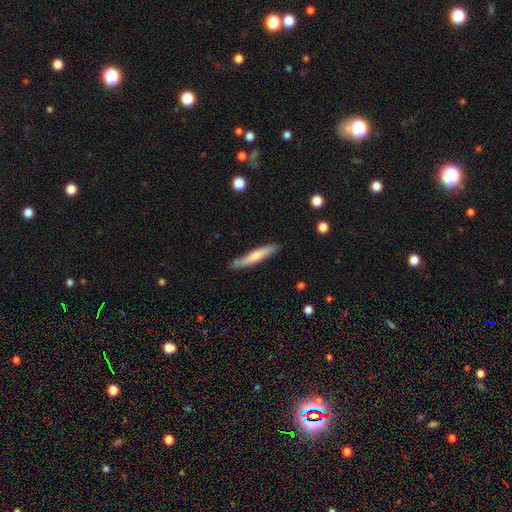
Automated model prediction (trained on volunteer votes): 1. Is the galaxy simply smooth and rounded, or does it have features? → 64% smooth, 31% featured or disk, 5% star or artifact.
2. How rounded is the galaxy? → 92% cigar-shaped, 7% in between, 1% round.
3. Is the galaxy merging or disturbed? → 81% none, 14% minor disturbance, 3% merger, 2% major disturbance.